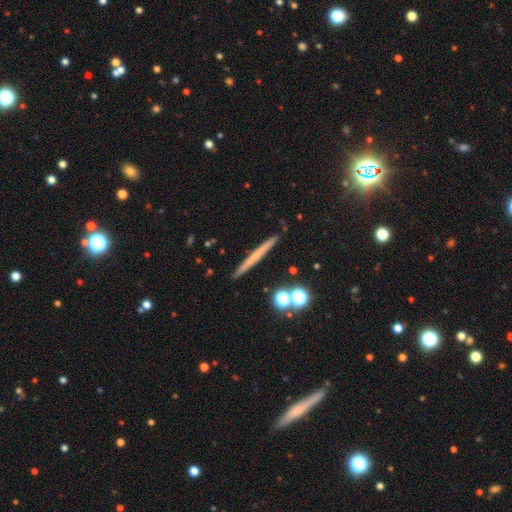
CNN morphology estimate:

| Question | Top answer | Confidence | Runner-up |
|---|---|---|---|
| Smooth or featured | featured or disk | 47% | smooth (43%) |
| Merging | none | 90% | minor disturbance (7%) |